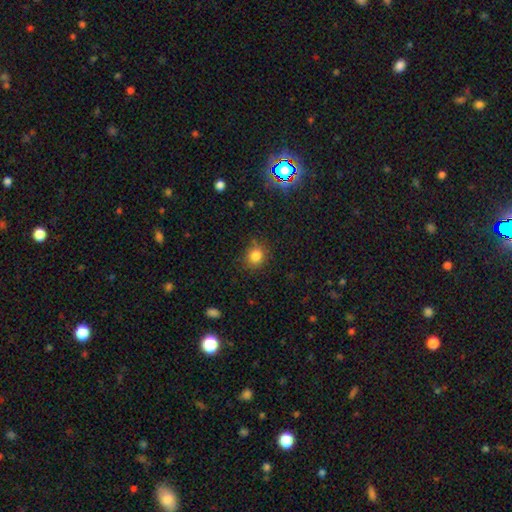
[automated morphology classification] Smooth or featured?
  - smooth: 82% *
  - star or artifact: 12%
  - featured or disk: 5%
How rounded?
  - round: 76% *
  - in between: 23%
  - cigar-shaped: 1%
Merging?
  - none: 81% *
  - minor disturbance: 14%
  - major disturbance: 3%
  - merger: 2%